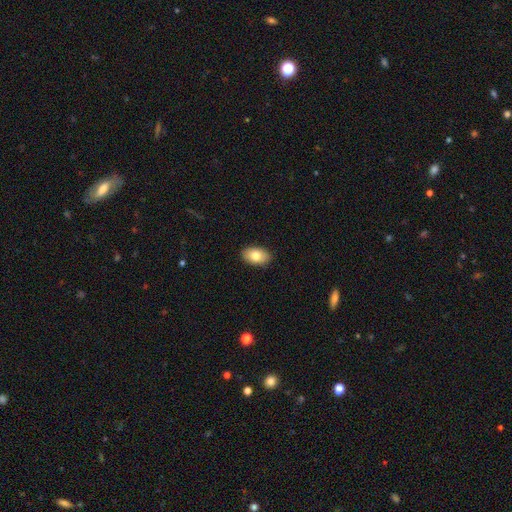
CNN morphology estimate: smooth 80%, featured or disk 13%, star or artifact 7%. Down the decision tree: how rounded — in between (91%); merging — none (89%).